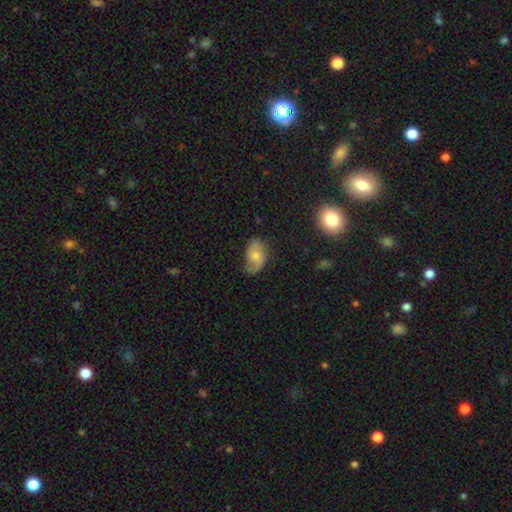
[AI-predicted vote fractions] Morphology: type=featured or disk (46%); merging=none (65%).